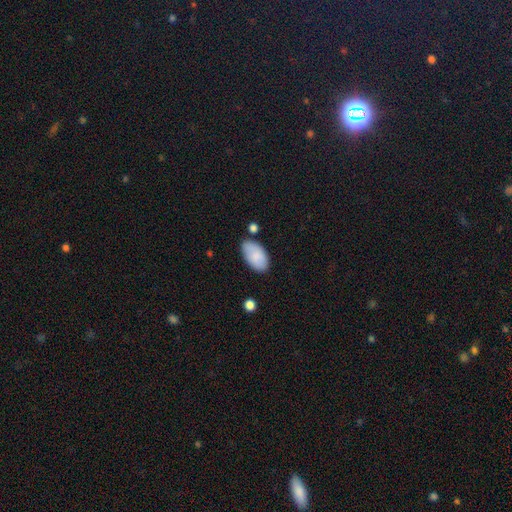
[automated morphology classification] smooth 85%, featured or disk 9%, star or artifact 6%. Down the decision tree: how rounded — in between (96%); merging — none (73%).